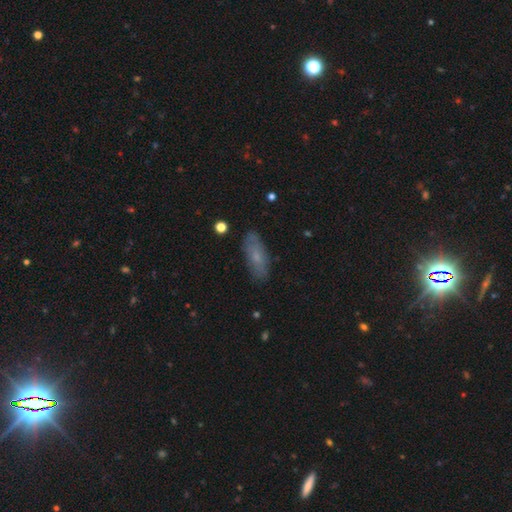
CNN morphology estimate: This is likely a smooth galaxy (61%). How rounded: likely in between (65%). Merging: clearly none (82%).